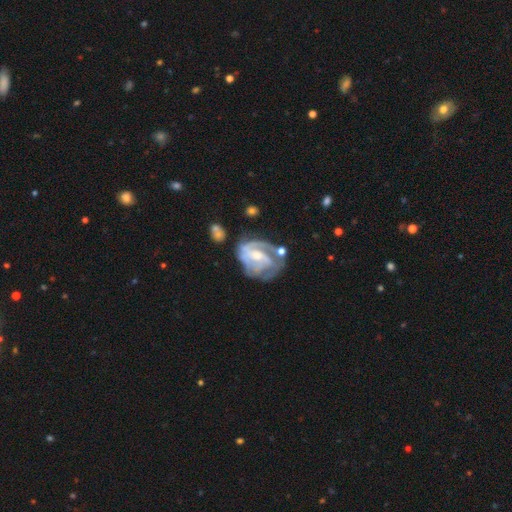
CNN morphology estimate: Overall: featured or disk (81%). Edge-on disk: no (98%). Bar: weak (43%; no 41%). Spiral arms: yes (85%). Spiral arm count: can't tell (32%; 2 29%). Spiral winding: tight (50%; medium 36%). Bulge size: moderate (48%; small 41%). Merging: none (45%; minor disturbance 23%).